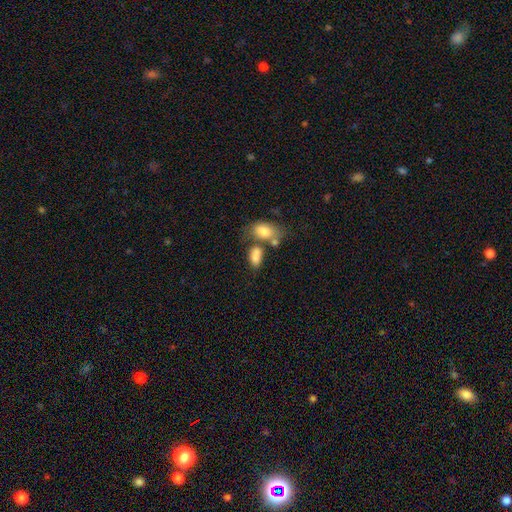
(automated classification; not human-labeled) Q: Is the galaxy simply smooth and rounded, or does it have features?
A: smooth — 79%.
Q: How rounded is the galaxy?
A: in between — 87%.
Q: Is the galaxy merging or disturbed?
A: merger — 43%.